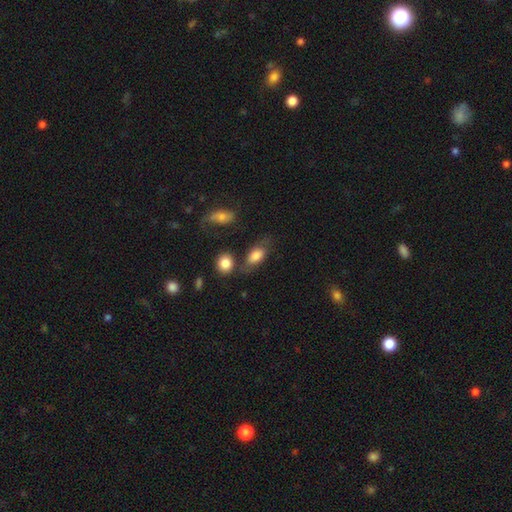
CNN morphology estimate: Smooth or featured? Predicted: smooth (p=0.76). How rounded? Predicted: in between (p=0.87). Merging? Predicted: none (p=0.54).